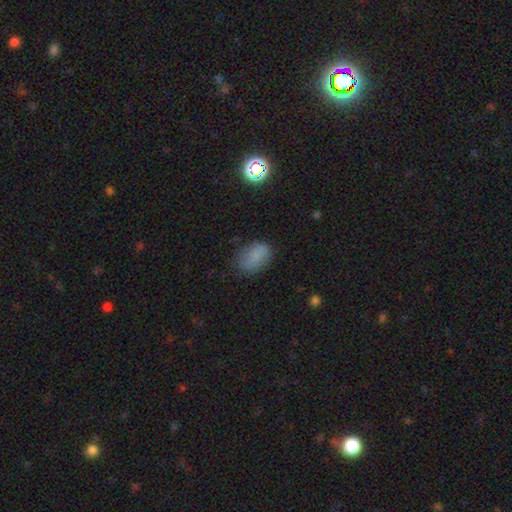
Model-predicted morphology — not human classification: Overall: smooth (79%). How rounded: in between (84%). Merging: none (73%).